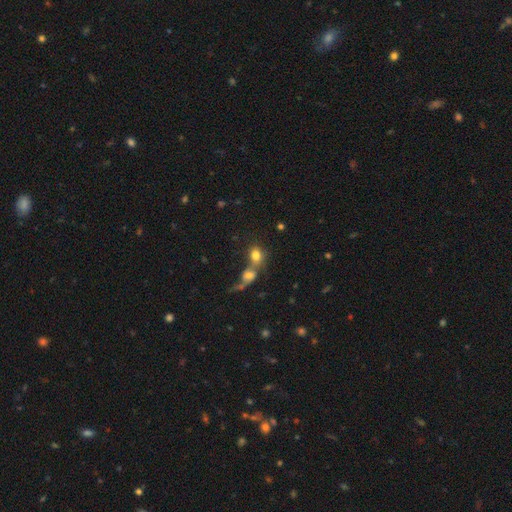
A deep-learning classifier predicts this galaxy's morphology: This is likely a smooth galaxy (74%). How rounded: possibly round (50%). Merging: likely merger (61%).